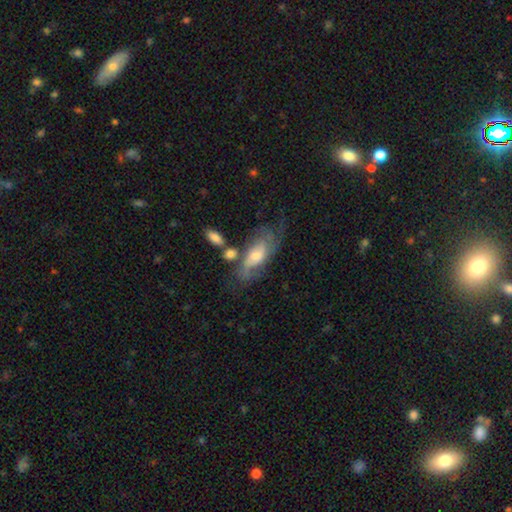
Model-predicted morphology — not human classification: type=featured or disk (62%); edge-on=no (85%); bar=no (63%); spiral arms=yes (83%); bulge=moderate (50%); merging=none (46%).